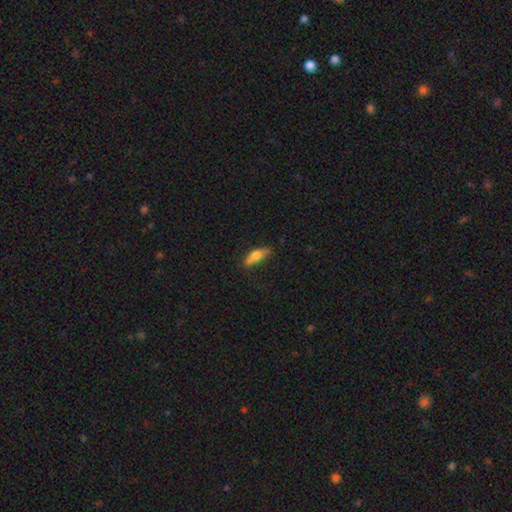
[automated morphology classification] This appears to be a smooth galaxy with no disk features (67%) that is in between round and cigar-shaped (60%). Merging: none (56%).